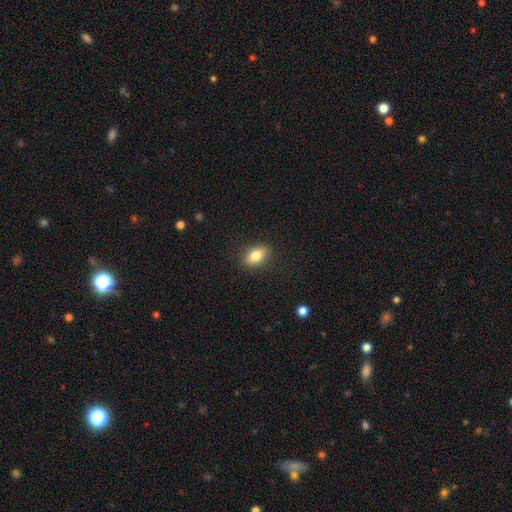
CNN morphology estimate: type=smooth (78%); roundness=in between (81%); merging=none (88%).